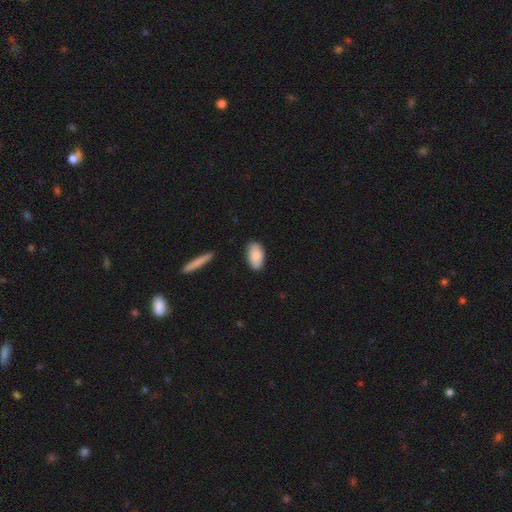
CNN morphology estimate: Smooth or featured? smooth (86%)
How rounded? in between (94%)
Merging? none (83%)